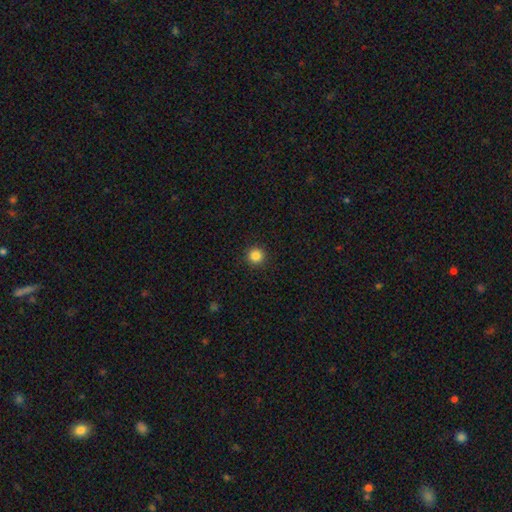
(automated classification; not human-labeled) Smooth or featured?
  - smooth: 85% *
  - star or artifact: 11%
  - featured or disk: 4%
How rounded?
  - round: 95% *
  - in between: 4%
  - cigar-shaped: 1%
Merging?
  - none: 93% *
  - minor disturbance: 4%
  - major disturbance: 2%
  - merger: 1%